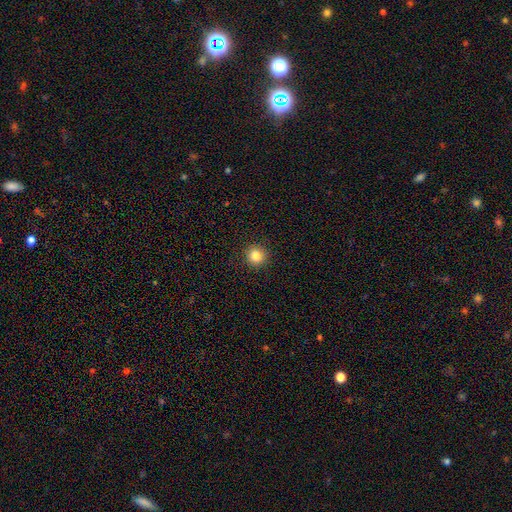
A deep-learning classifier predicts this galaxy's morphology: smooth-or-featured: smooth: 83% | star or artifact: 12% | featured or disk: 5%
  how-rounded: round: 94% | in between: 5% | cigar-shaped: 1%
  merging: none: 93% | minor disturbance: 5% | major disturbance: 2% | merger: 1%